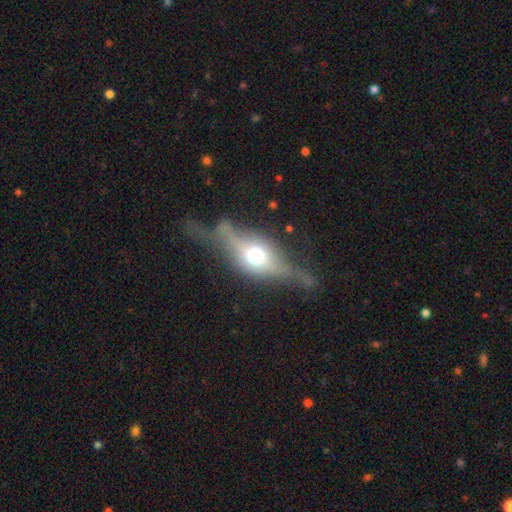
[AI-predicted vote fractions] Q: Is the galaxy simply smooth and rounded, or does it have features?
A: featured or disk — 73%.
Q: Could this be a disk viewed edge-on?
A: yes — 84%.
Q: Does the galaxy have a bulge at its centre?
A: rounded — 94%.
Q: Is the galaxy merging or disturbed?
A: none — 62%.